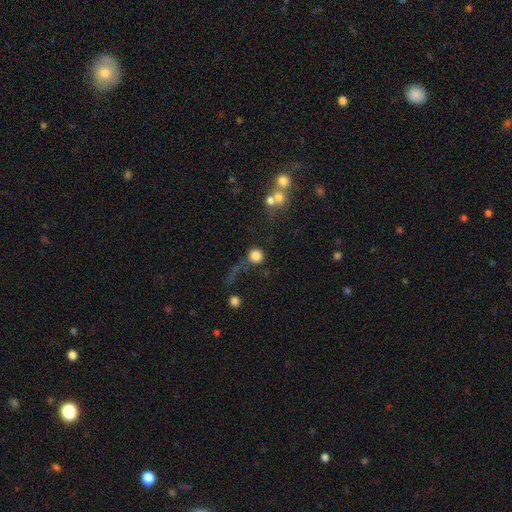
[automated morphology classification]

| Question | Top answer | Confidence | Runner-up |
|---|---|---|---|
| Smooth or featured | smooth | 82% | star or artifact (11%) |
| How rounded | round | 94% | in between (5%) |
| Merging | none | 59% | major disturbance (14%) |